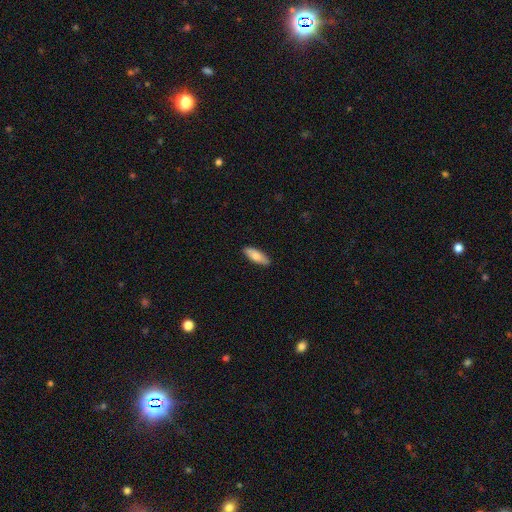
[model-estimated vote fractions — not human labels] Morphology: type=smooth (79%); roundness=in between (63%); merging=none (89%).